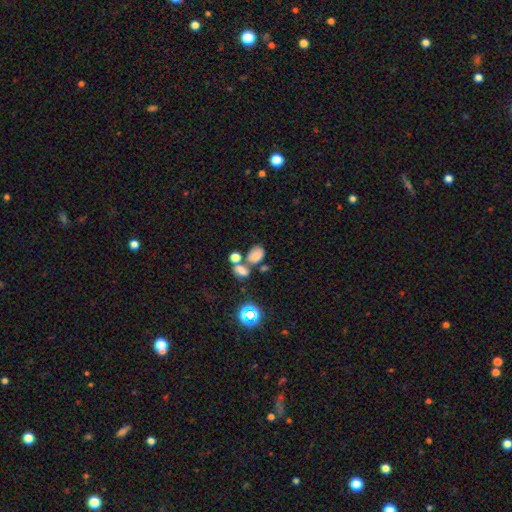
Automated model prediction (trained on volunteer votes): This appears to be a smooth galaxy with no disk features (74%) that is in between round and cigar-shaped (79%). Merging: none (43%).